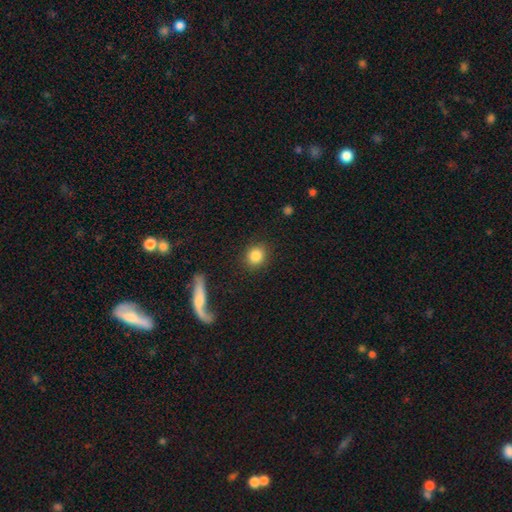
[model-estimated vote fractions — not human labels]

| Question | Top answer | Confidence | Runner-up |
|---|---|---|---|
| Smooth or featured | smooth | 85% | star or artifact (9%) |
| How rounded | round | 78% | in between (20%) |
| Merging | none | 88% | minor disturbance (8%) |